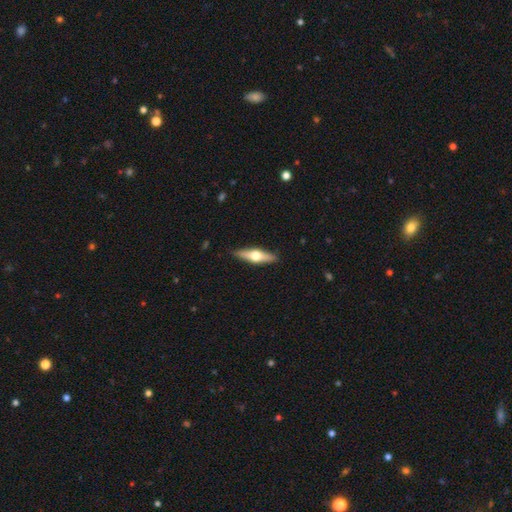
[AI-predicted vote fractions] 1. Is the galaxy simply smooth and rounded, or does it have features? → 57% featured or disk, 37% smooth, 5% star or artifact.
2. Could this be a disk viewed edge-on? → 94% yes, 6% no.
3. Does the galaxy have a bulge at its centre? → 95% rounded, 3% boxy, 2% none.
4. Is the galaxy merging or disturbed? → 89% none, 9% minor disturbance, 2% major disturbance, 1% merger.